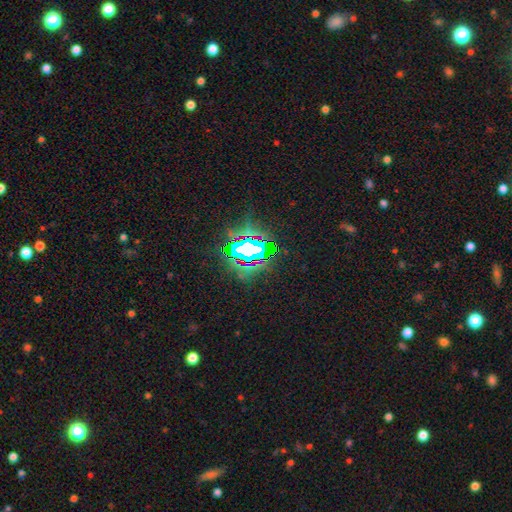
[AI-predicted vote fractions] star or artifact 73%, smooth 14%, featured or disk 13%.